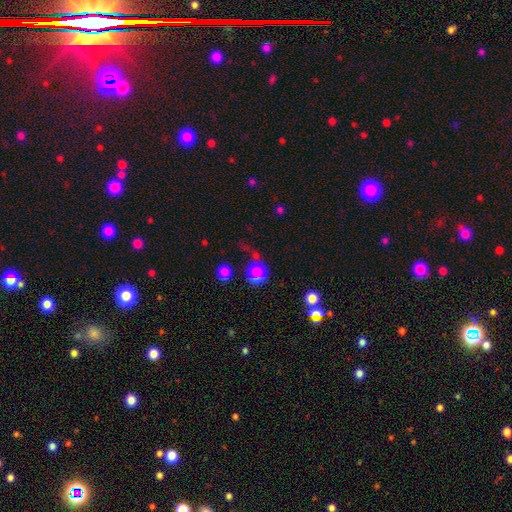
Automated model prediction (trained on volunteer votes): A smooth galaxy with no disk features (68%) that is round (85%).

Vote fractions:
- Smooth or featured? smooth: 68% / star or artifact: 20% / featured or disk: 12%
- How rounded? round: 85% / in between: 14% / cigar-shaped: 2%
- Merging? none: 50% / merger: 20% / minor disturbance: 15% / major disturbance: 14%